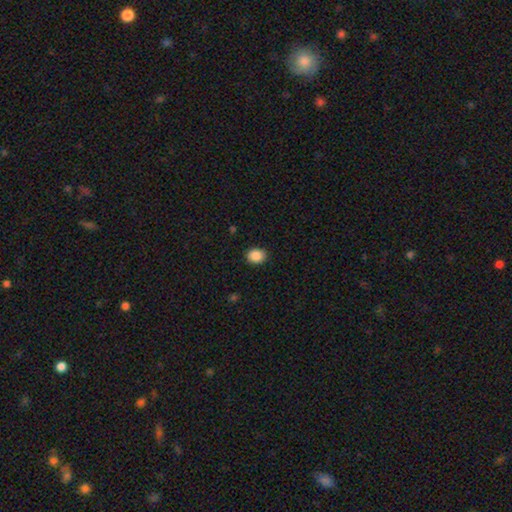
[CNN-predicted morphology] A smooth galaxy with no disk features (88%) that is round (58%).

Vote fractions:
- Smooth or featured? smooth: 88% / star or artifact: 8% / featured or disk: 3%
- How rounded? round: 58% / in between: 42% / cigar-shaped: 1%
- Merging? none: 89% / minor disturbance: 8% / major disturbance: 2% / merger: 1%